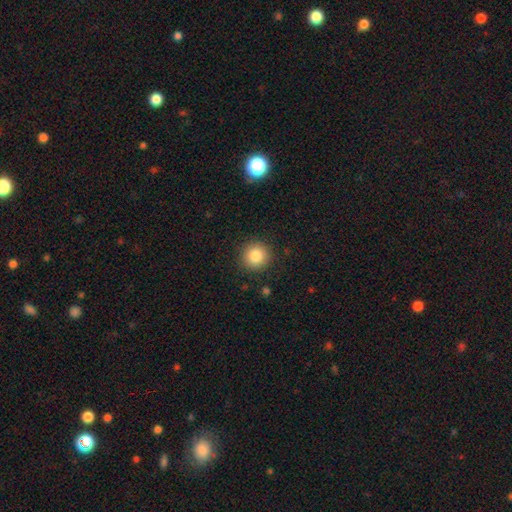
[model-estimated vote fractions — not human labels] A smooth galaxy with no disk features (84%) that is round (93%). Merging: none (90%).